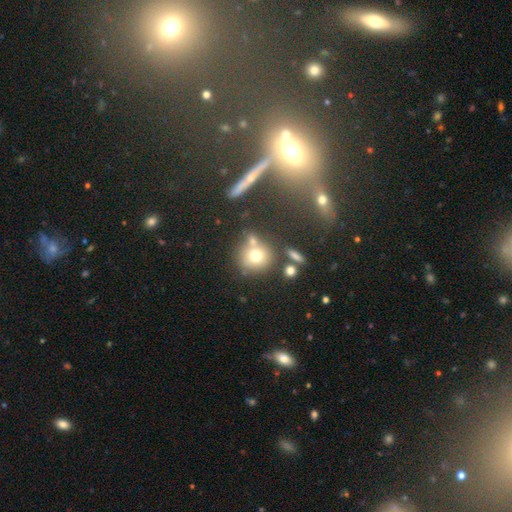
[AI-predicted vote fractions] A smooth galaxy with no disk features (70%) that is round (86%).

Vote fractions:
- Smooth or featured? smooth: 70% / featured or disk: 16% / star or artifact: 14%
- How rounded? round: 86% / in between: 13% / cigar-shaped: 1%
- Merging? none: 61% / merger: 22% / minor disturbance: 12% / major disturbance: 6%